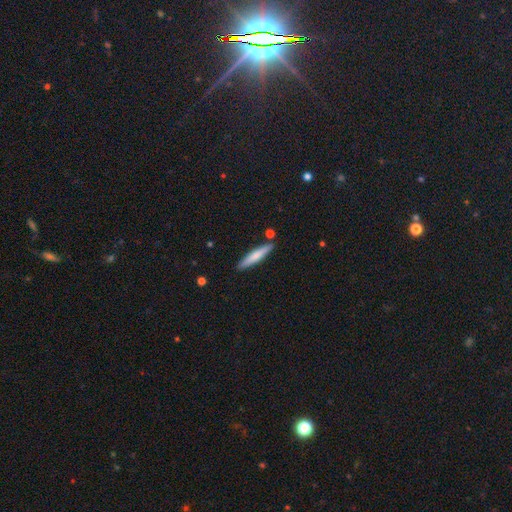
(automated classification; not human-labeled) smooth 66%, featured or disk 28%, star or artifact 6%. Down the decision tree: how rounded — cigar-shaped (91%); merging — none (85%).